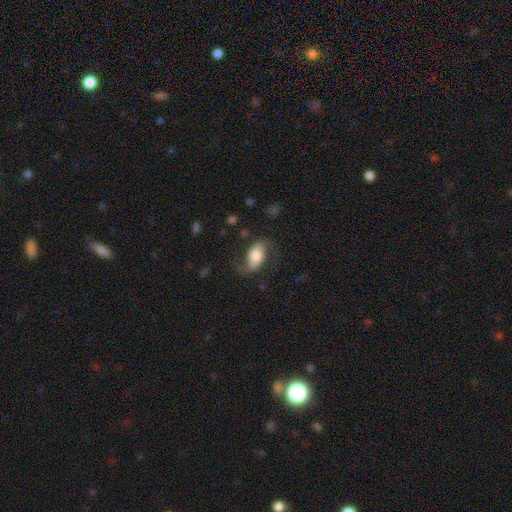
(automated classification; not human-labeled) Overall: featured or disk (58%; smooth 35%). Edge-on disk: no (92%). Bar: no (46%; weak 32%). Spiral arms: yes (89%). Bulge size: moderate (44%; large 31%). Merging: none (65%).